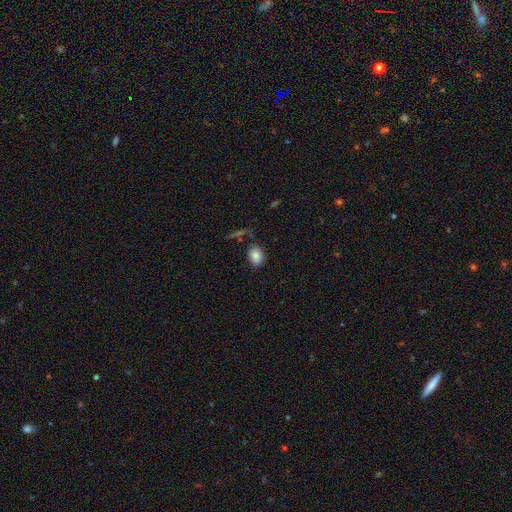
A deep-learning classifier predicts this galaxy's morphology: Smooth or featured? Predicted: smooth (p=0.83). How rounded? Predicted: in between (p=0.73). Merging? Predicted: none (p=0.77).